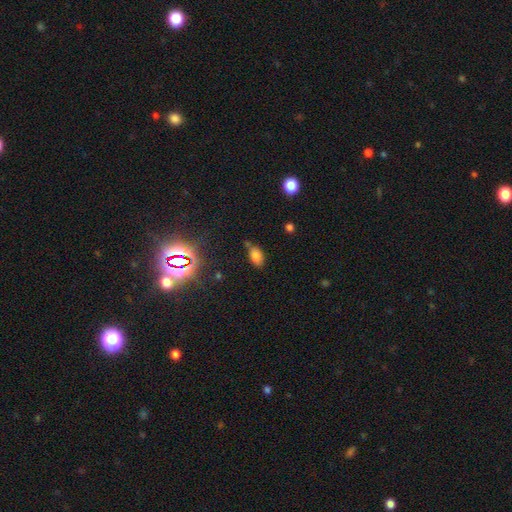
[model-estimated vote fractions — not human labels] The model was most divided on "merging": none: 64%, minor disturbance: 22%, merger: 8%, major disturbance: 6%. More confident: how rounded — in between (91%); smooth or featured — smooth (75%).